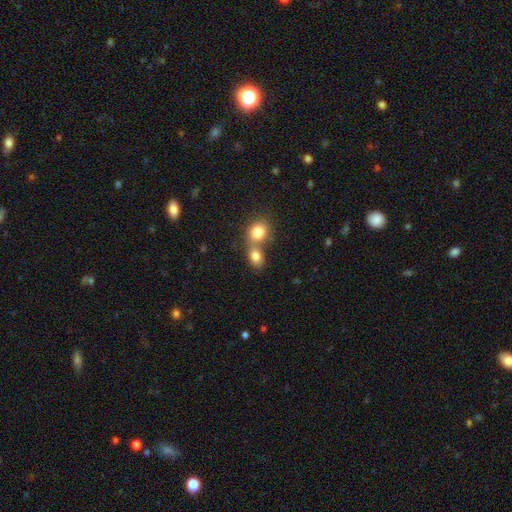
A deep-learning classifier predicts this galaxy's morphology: Q: Smooth or featured?
A: smooth (81%); runner-up: star or artifact (10%)
Q: How rounded?
A: in between (56%); runner-up: round (43%)
Q: Merging?
A: merger (57%); runner-up: none (33%)